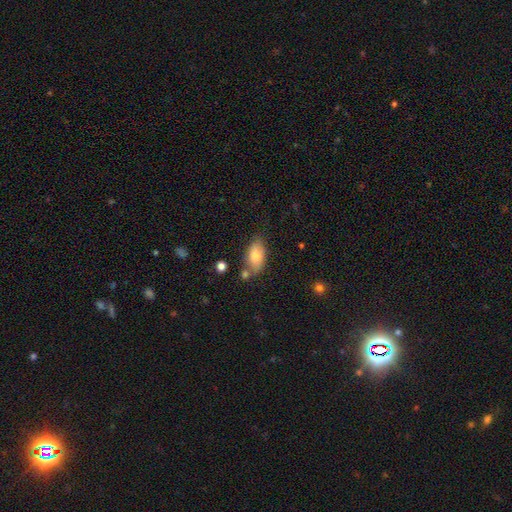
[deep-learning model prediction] Morphology: type=smooth (79%); roundness=in between (91%); merging=none (67%).